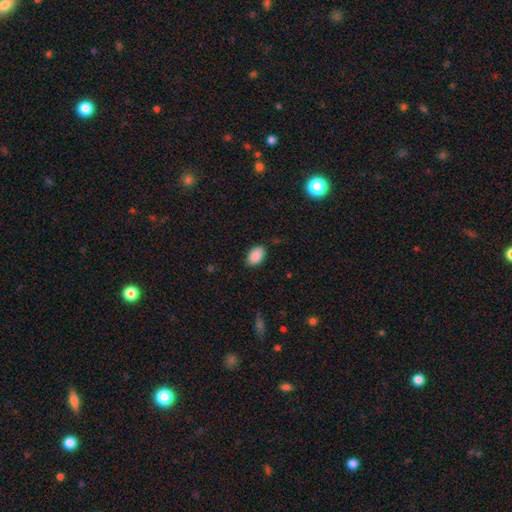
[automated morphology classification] smooth 89%, star or artifact 7%, featured or disk 3%. Down the decision tree: how rounded — in between (89%); merging — none (84%).